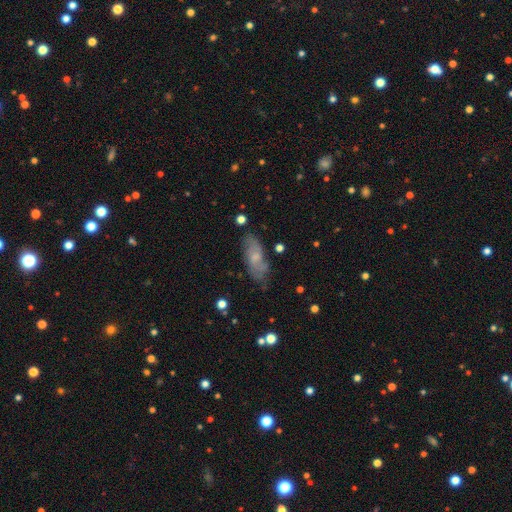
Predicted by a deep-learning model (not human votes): smooth_or_featured: smooth (p=0.46) [alt: featured or disk p=0.45]
merging: none (p=0.71) [alt: minor disturbance p=0.20]